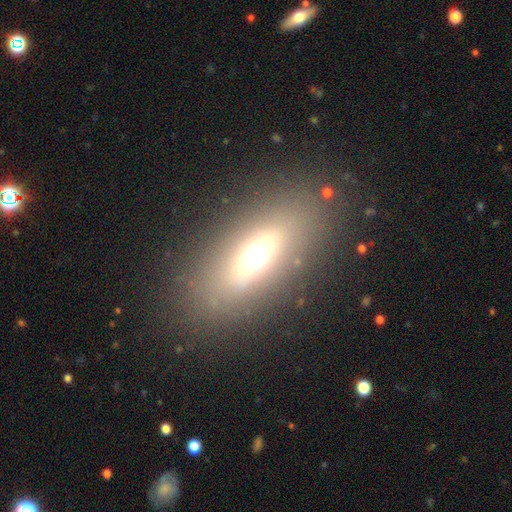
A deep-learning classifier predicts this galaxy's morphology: The model was most divided on "smooth or featured": smooth: 55%, featured or disk: 33%, star or artifact: 12%. More confident: merging — none (84%); how rounded — in between (73%).